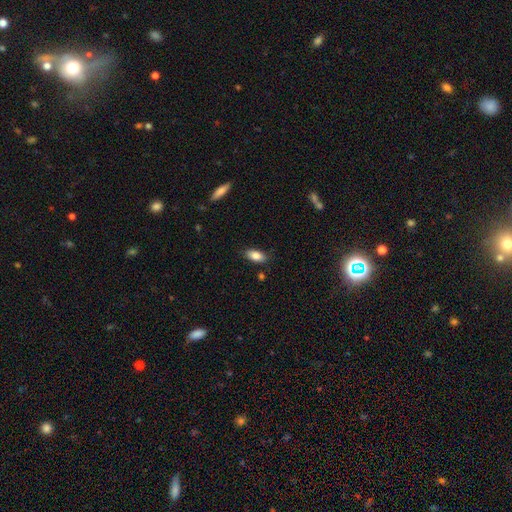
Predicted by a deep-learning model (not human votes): Morphology: type=smooth (85%); roundness=in between (90%); merging=none (84%).